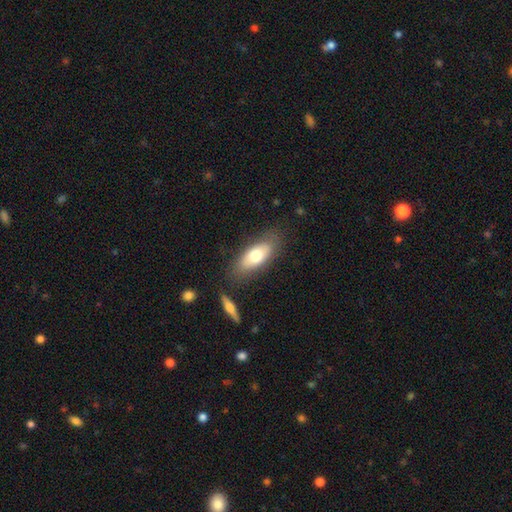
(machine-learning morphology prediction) Overall: smooth (69%). How rounded: in between (81%). Merging: none (77%).